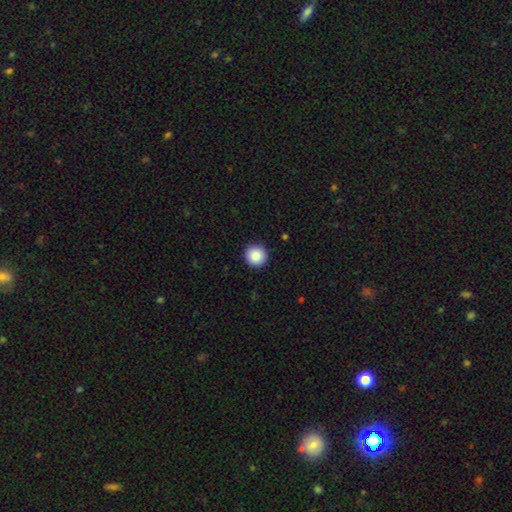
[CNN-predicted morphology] Smooth or featured? smooth (87%)
How rounded? round (96%)
Merging? none (92%)